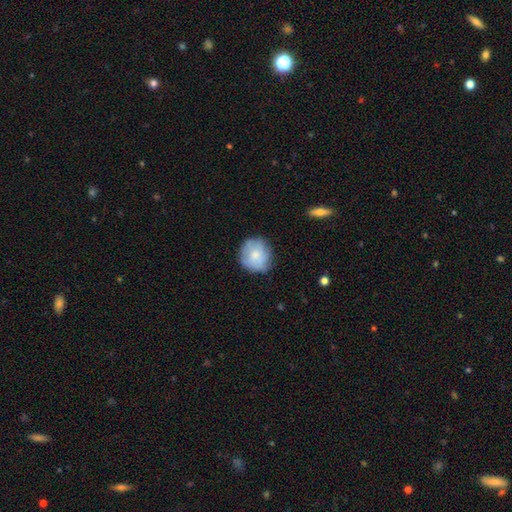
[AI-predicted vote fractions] smooth-or-featured: smooth: 70% | featured or disk: 23% | star or artifact: 7%
  how-rounded: round: 85% | in between: 14% | cigar-shaped: 1%
  merging: none: 76% | minor disturbance: 18% | major disturbance: 5% | merger: 1%